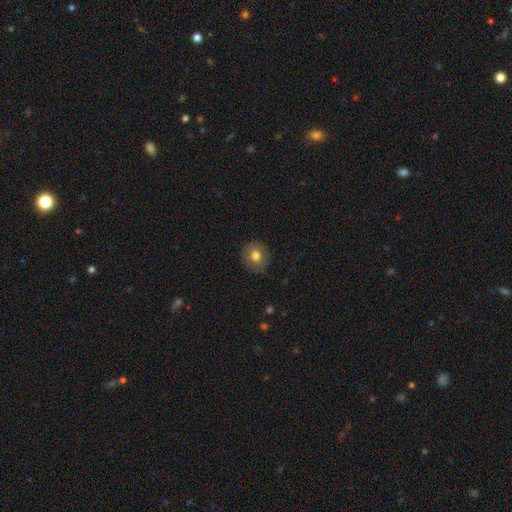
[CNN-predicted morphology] Smooth or featured? Predicted: smooth (p=0.74). How rounded? Predicted: round (p=0.83). Merging? Predicted: none (p=0.87).